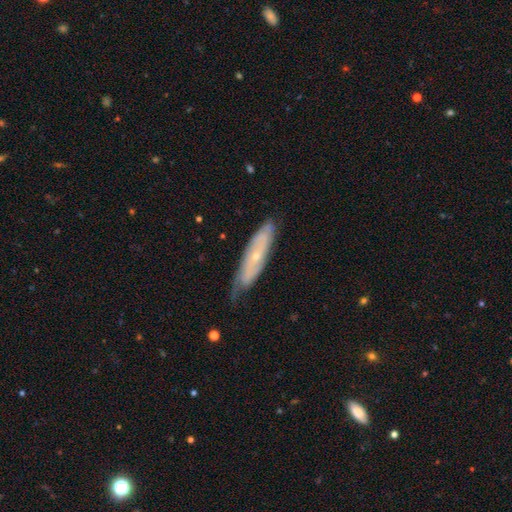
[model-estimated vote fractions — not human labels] smooth_or_featured: featured or disk (p=0.62) [alt: smooth p=0.31]
disk_edge_on: no (p=0.63) [alt: yes p=0.37]
merging: none (p=0.66) [alt: minor disturbance p=0.27]